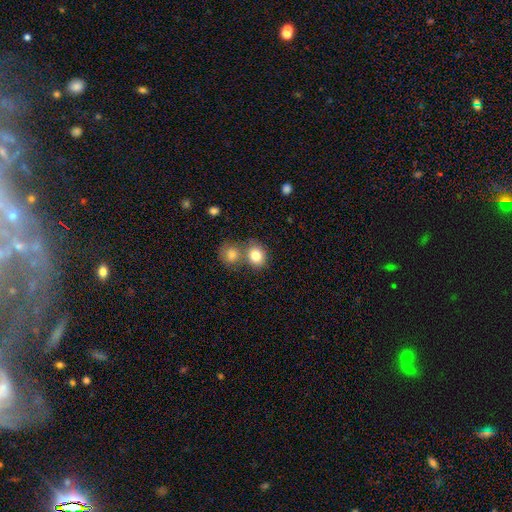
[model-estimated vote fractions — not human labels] smooth-or-featured: smooth: 82% | featured or disk: 9% | star or artifact: 9%
  how-rounded: round: 71% | in between: 28% | cigar-shaped: 1%
  merging: none: 52% | merger: 35% | minor disturbance: 10% | major disturbance: 3%